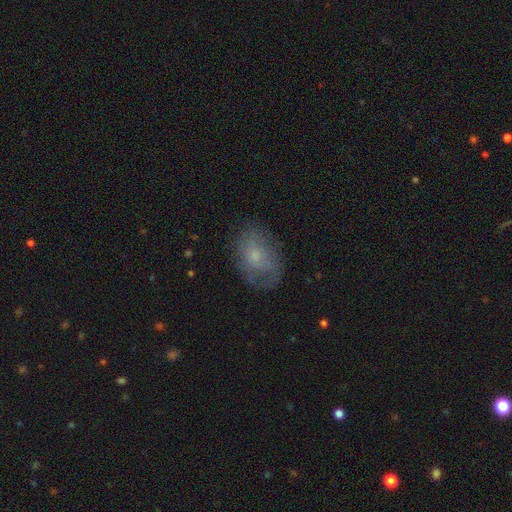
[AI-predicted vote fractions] smooth_or_featured: smooth (p=0.54) [alt: featured or disk p=0.36]
how_rounded: in between (p=0.79) [alt: round p=0.20]
merging: none (p=0.65) [alt: minor disturbance p=0.23]